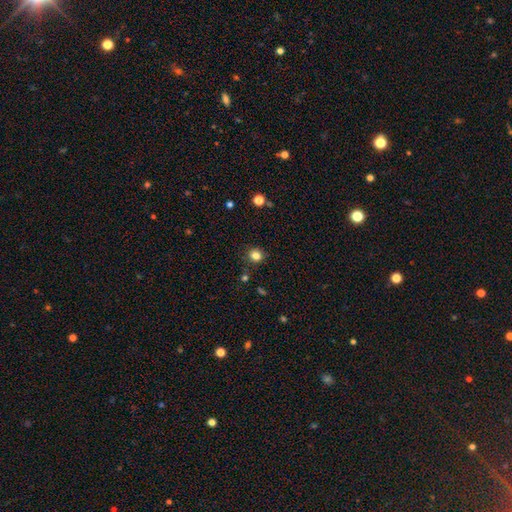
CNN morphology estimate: This is clearly a smooth galaxy (82%). How rounded: clearly round (83%). Merging: clearly none (86%).